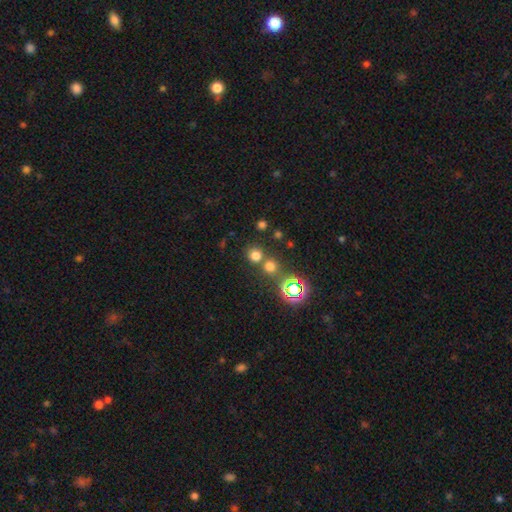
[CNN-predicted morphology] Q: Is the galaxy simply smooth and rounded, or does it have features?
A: smooth — 67%.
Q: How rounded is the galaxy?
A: round — 90%.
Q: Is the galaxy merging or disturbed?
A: none — 65%.